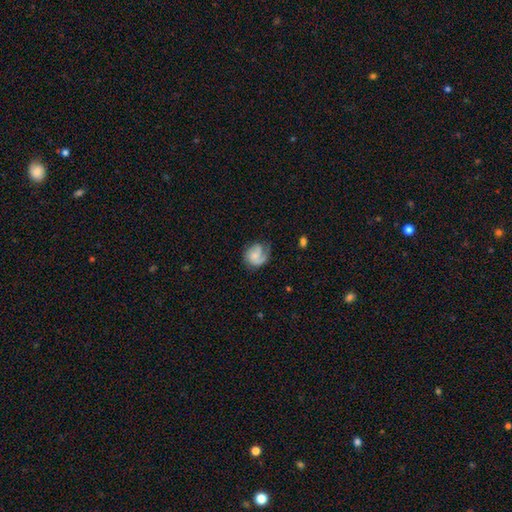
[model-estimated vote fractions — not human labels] This is likely a featured or disk galaxy (63%). It is clearly not viewed edge-on (98%). Bar: likely no (62%). Spiral arm pattern: clearly yes (92%). Spiral arm count: possibly 1 (54%). Spiral winding: marginally medium (40%). Central bulge: marginally small (43%). Merging: possibly none (57%).